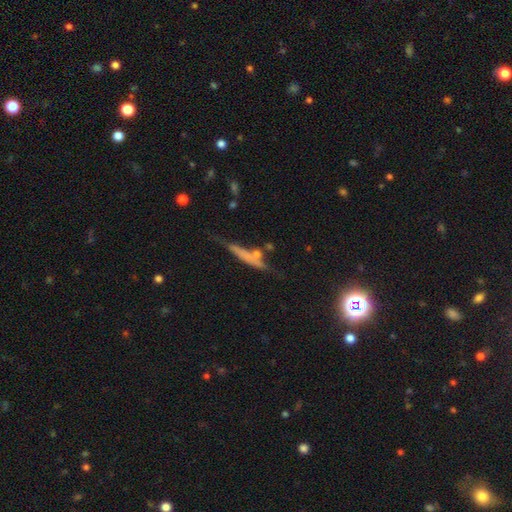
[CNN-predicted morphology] A smooth galaxy with no disk features (49%).

Vote fractions:
- Smooth or featured? smooth: 49% / featured or disk: 42% / star or artifact: 9%
- Merging? none: 52% / minor disturbance: 22% / merger: 16% / major disturbance: 10%